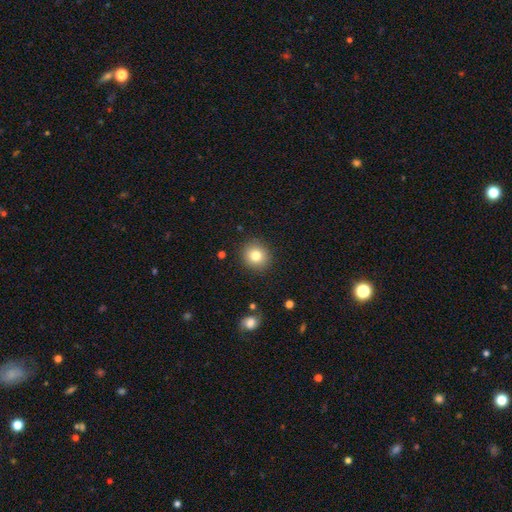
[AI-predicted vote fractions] smooth-or-featured: smooth: 81% | star or artifact: 11% | featured or disk: 8%
  how-rounded: round: 88% | in between: 11% | cigar-shaped: 1%
  merging: none: 89% | minor disturbance: 7% | major disturbance: 2% | merger: 1%